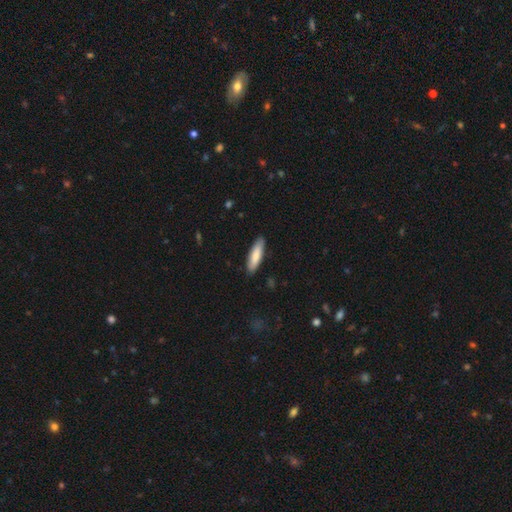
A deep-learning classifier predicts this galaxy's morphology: Smooth or featured?
  - smooth: 80% *
  - featured or disk: 15%
  - star or artifact: 5%
How rounded?
  - cigar-shaped: 65% *
  - in between: 34%
  - round: 1%
Merging?
  - none: 86% *
  - minor disturbance: 11%
  - major disturbance: 2%
  - merger: 1%